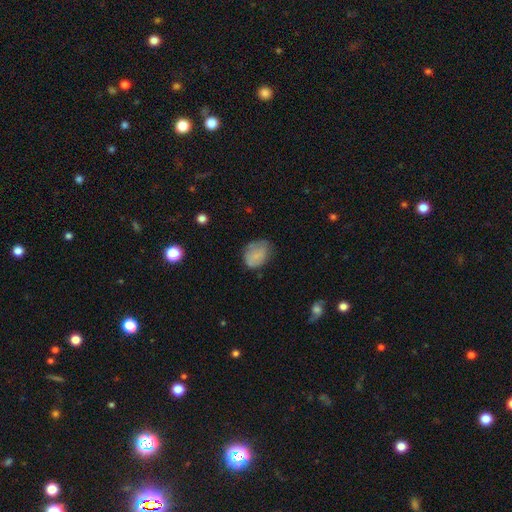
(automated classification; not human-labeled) Smooth or featured? smooth (74%)
How rounded? in between (62%)
Merging? none (55%)